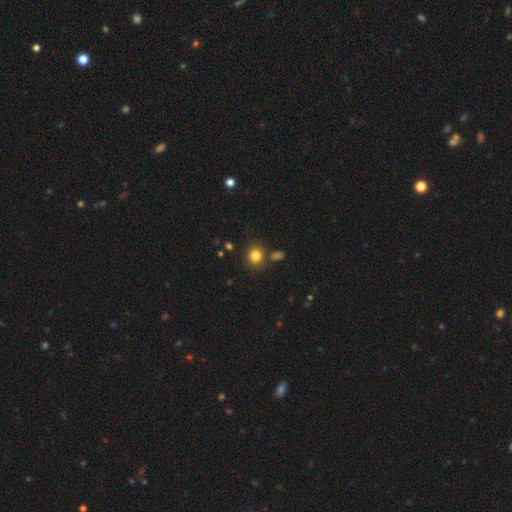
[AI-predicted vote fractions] smooth_or_featured: smooth (p=0.82) [alt: star or artifact p=0.12]
how_rounded: round (p=0.77) [alt: in between p=0.22]
merging: none (p=0.77) [alt: minor disturbance p=0.10]